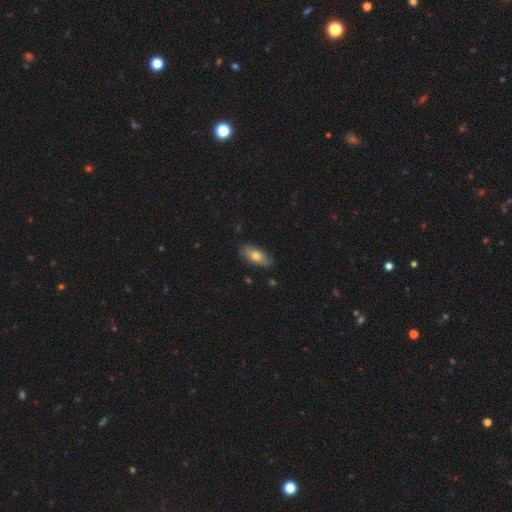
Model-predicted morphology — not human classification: smooth-or-featured: smooth: 71% | featured or disk: 23% | star or artifact: 7%
  how-rounded: in between: 84% | cigar-shaped: 13% | round: 4%
  merging: none: 80% | minor disturbance: 17% | major disturbance: 2% | merger: 1%